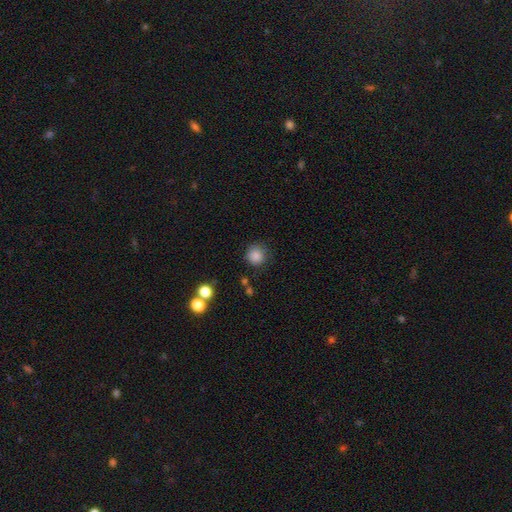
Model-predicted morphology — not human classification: Overall: smooth (85%). How rounded: round (93%). Merging: none (82%).